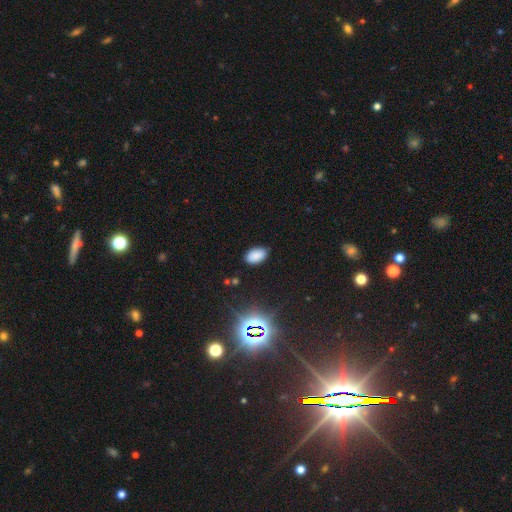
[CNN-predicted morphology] smooth-or-featured: smooth: 82% | star or artifact: 14% | featured or disk: 4%
  how-rounded: in between: 93% | round: 6% | cigar-shaped: 1%
  merging: none: 86% | minor disturbance: 11% | major disturbance: 2% | merger: 1%